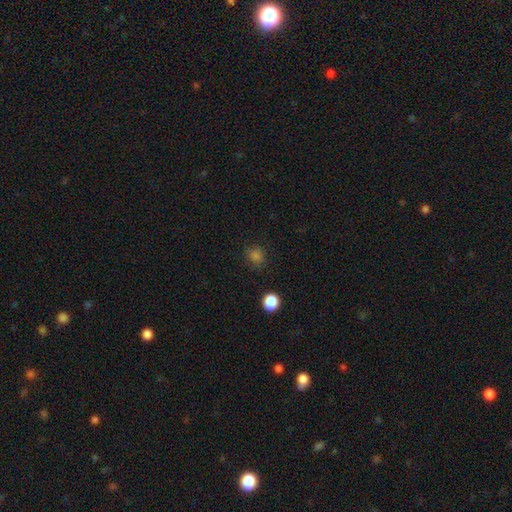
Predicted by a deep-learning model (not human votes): Smooth or featured? smooth (76%)
How rounded? round (78%)
Merging? none (83%)